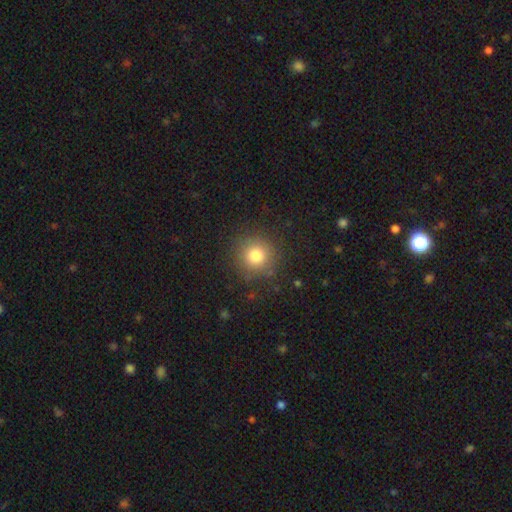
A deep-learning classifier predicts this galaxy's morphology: A smooth galaxy with no disk features (79%) that is round (94%). Merging: none (87%).